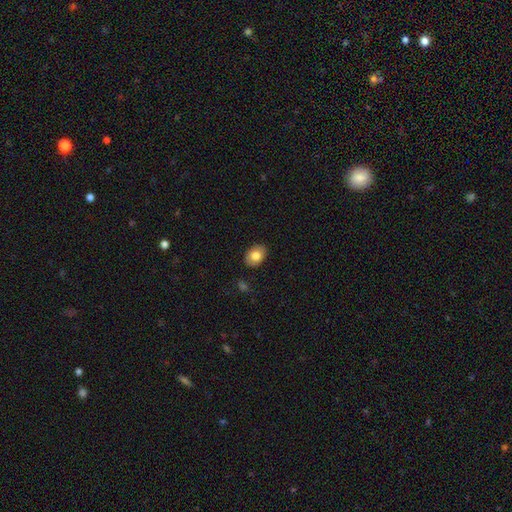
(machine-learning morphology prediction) type=smooth (80%); roundness=in between (72%); merging=none (88%).